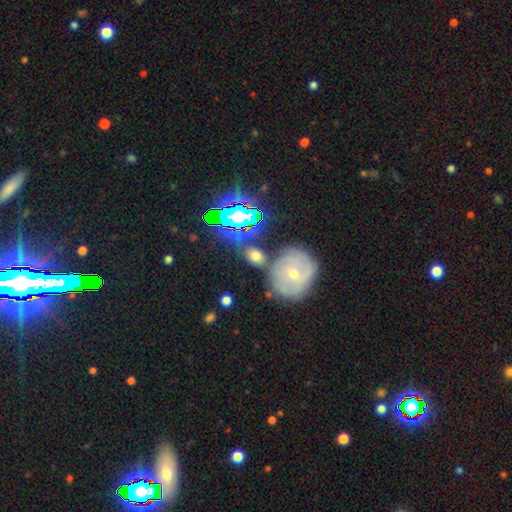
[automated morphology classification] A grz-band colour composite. It shows a smooth galaxy with no disk features (55%) that is in between round and cigar-shaped (57%). Merging: none (68%).